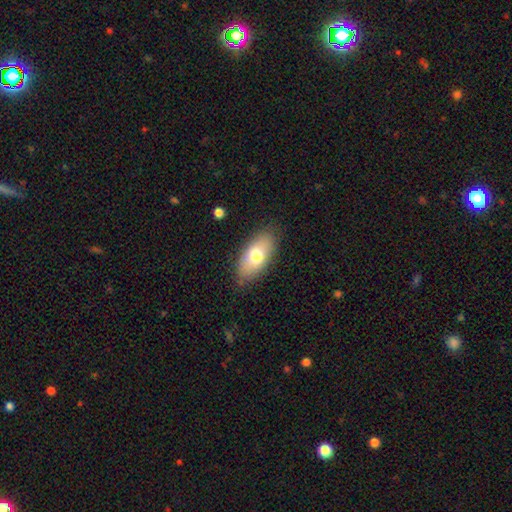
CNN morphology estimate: smooth-or-featured: smooth: 72% | featured or disk: 21% | star or artifact: 7%
  how-rounded: in between: 90% | cigar-shaped: 7% | round: 3%
  merging: none: 82% | minor disturbance: 13% | major disturbance: 3% | merger: 1%